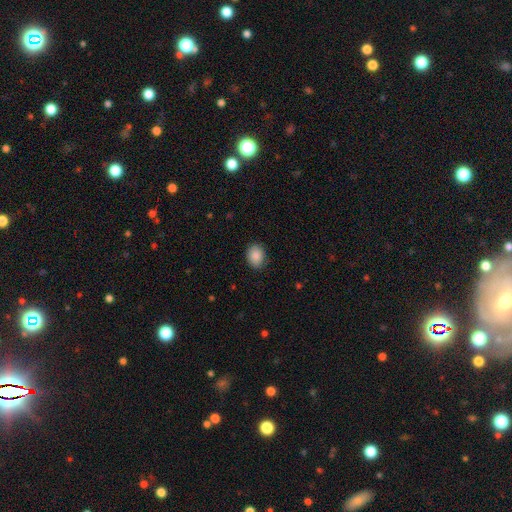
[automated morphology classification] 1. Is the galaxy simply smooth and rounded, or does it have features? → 89% smooth, 8% star or artifact, 3% featured or disk.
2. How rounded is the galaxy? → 59% in between, 40% round, 1% cigar-shaped.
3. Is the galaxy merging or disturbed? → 86% none, 11% minor disturbance, 3% major disturbance, 1% merger.